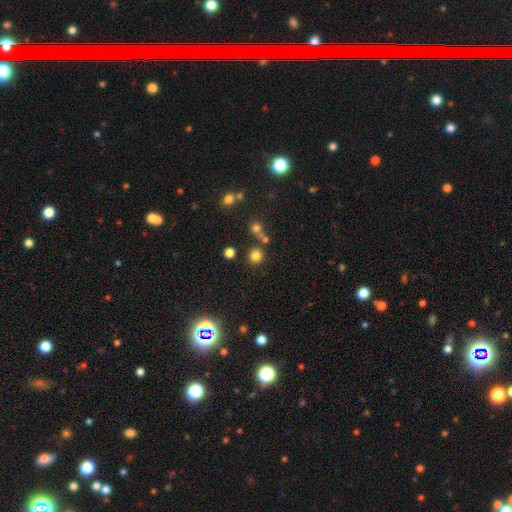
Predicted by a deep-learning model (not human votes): Q: Smooth or featured?
A: smooth (76%); runner-up: star or artifact (17%)
Q: How rounded?
A: round (92%); runner-up: in between (7%)
Q: Merging?
A: none (77%); runner-up: merger (12%)